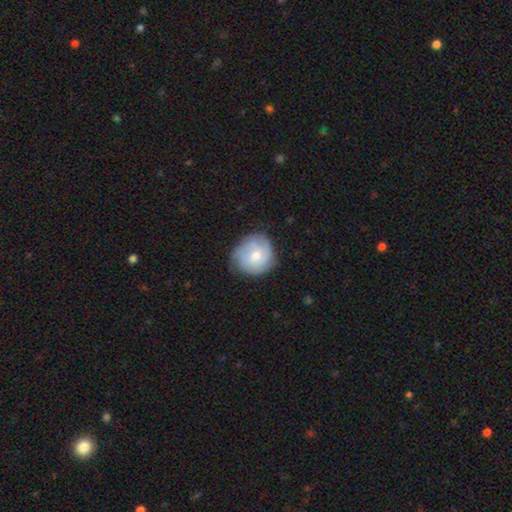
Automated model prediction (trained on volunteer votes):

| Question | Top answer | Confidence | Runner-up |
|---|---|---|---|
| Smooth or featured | featured or disk | 50% | smooth (43%) |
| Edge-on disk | no | 98% | yes (2%) |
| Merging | none | 74% | minor disturbance (19%) |